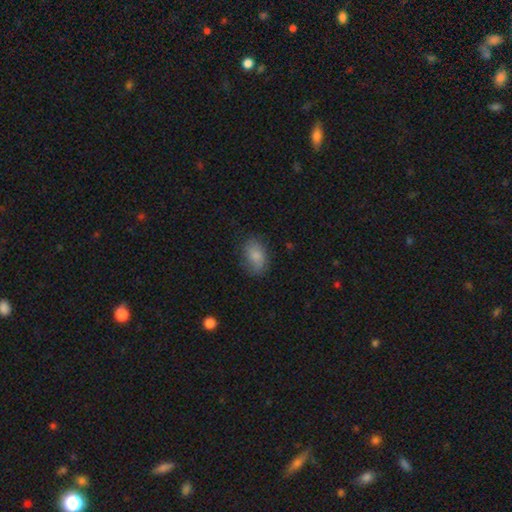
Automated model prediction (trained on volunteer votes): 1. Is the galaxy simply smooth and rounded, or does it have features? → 81% smooth, 11% featured or disk, 8% star or artifact.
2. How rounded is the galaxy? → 87% in between, 11% round, 2% cigar-shaped.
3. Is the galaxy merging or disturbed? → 73% none, 20% minor disturbance, 5% major disturbance, 1% merger.